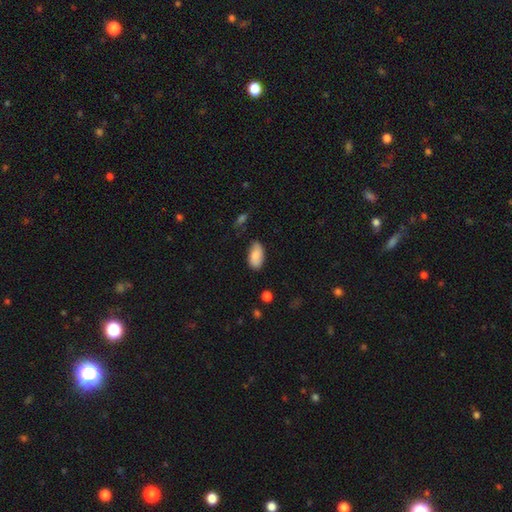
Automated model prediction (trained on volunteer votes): Smooth or featured: smooth — 82% (featured or disk — 12%)
How rounded: in between — 95% (round — 3%)
Merging: none — 74% (minor disturbance — 20%)